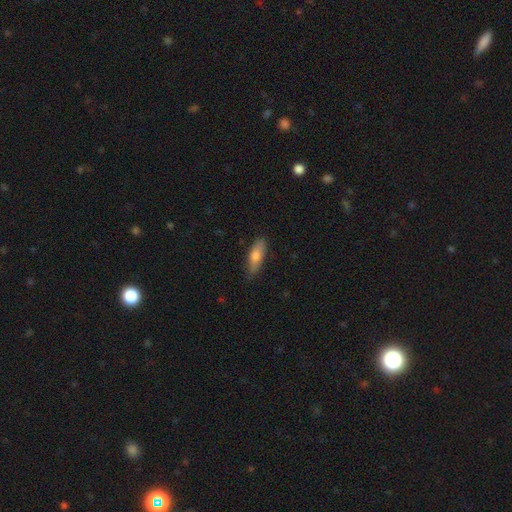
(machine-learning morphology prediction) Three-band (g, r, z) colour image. It shows a smooth galaxy with no disk features (71%) that is in between round and cigar-shaped (52%). Merging: none (81%).